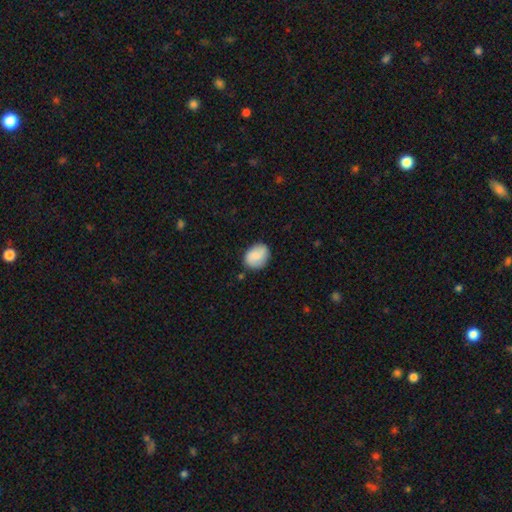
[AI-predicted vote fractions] A smooth galaxy with no disk features (76%) that is round (50%). Merging: none (78%).